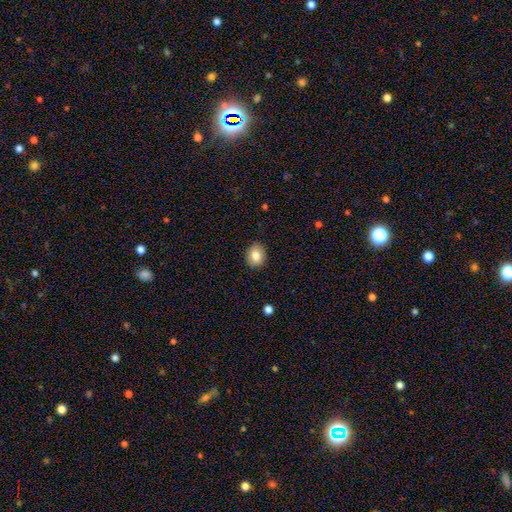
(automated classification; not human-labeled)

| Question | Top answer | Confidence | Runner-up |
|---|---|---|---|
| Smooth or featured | smooth | 82% | star or artifact (9%) |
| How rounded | round | 59% | in between (40%) |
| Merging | none | 89% | minor disturbance (8%) |